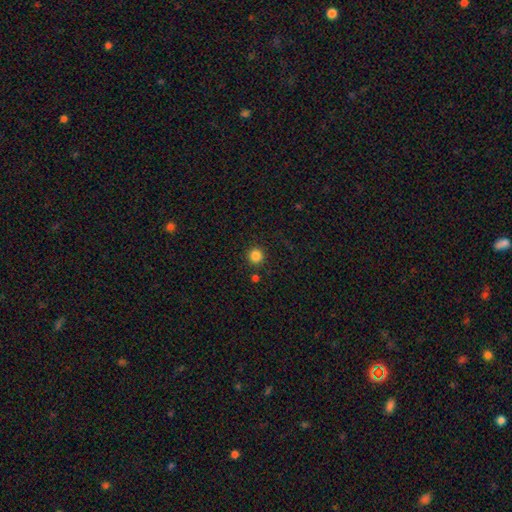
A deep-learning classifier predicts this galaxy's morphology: Q: Smooth or featured?
A: smooth (85%); runner-up: star or artifact (12%)
Q: How rounded?
A: round (94%); runner-up: in between (5%)
Q: Merging?
A: none (89%); runner-up: minor disturbance (6%)